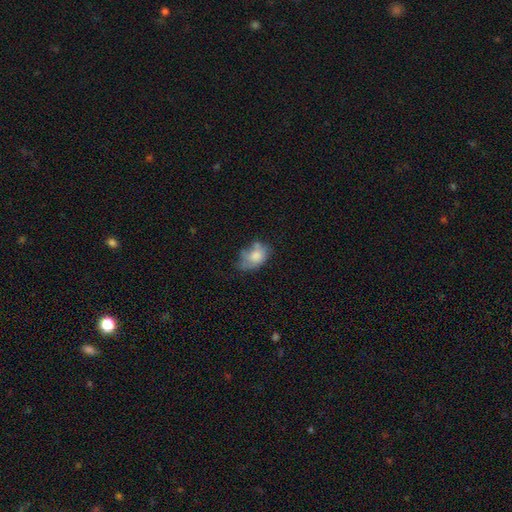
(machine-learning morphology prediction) Overall: smooth (70%). How rounded: in between (79%). Merging: minor disturbance (35%; none 34%).